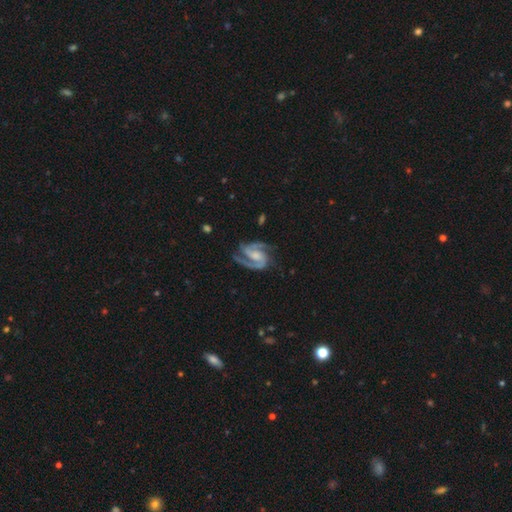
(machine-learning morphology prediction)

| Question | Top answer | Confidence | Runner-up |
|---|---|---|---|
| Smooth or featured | featured or disk | 93% | star or artifact (3%) |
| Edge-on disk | no | 98% | yes (2%) |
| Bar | weak | 42% | no (37%) |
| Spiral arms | yes | 99% | no (1%) |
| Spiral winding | medium | 57% | tight (34%) |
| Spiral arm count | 2 | 76% | 3 (16%) |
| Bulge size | moderate | 42% | small (35%) |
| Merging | none | 72% | minor disturbance (17%) |